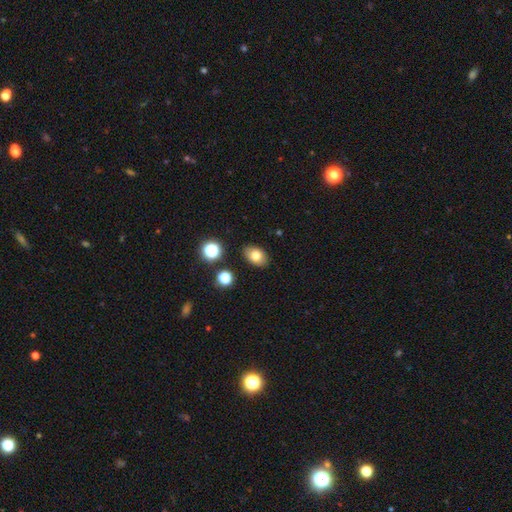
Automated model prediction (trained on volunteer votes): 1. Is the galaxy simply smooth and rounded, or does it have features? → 79% smooth, 11% featured or disk, 10% star or artifact.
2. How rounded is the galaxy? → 84% in between, 15% round, 1% cigar-shaped.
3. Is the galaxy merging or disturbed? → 86% none, 10% minor disturbance, 2% major disturbance, 2% merger.